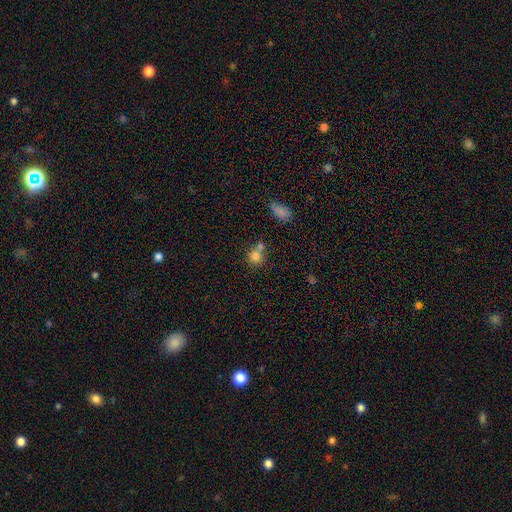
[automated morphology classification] Overall: smooth (78%). How rounded: round (83%). Merging: none (48%; merger 38%).